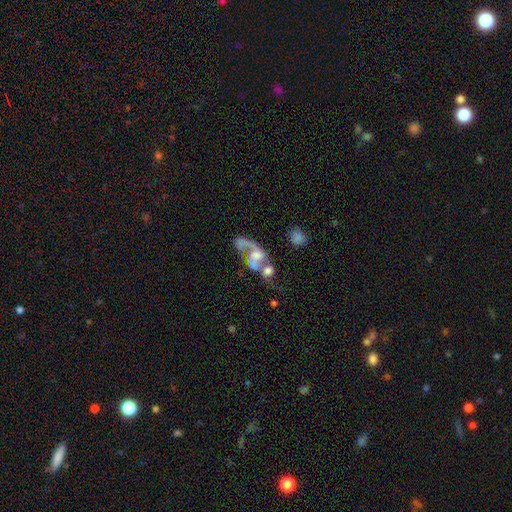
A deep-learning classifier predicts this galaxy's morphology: A featured or disk galaxy (70%) with no bar (65%), 2 (58%) loose (58%) spiral arms (76%) and a moderate central bulge (40%). Merging: merger (52%).